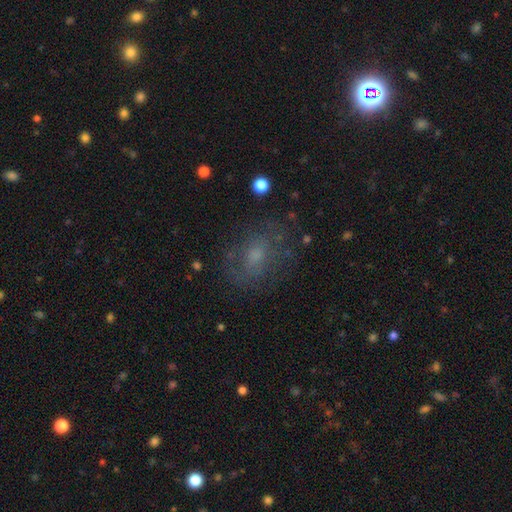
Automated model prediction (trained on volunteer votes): This appears to be a smooth galaxy with no disk features (43%). Merging: none (67%).